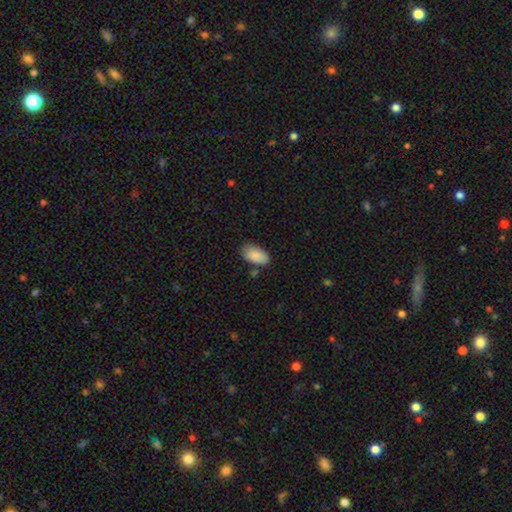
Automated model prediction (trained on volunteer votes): Q: Smooth or featured?
A: smooth (89%); runner-up: star or artifact (6%)
Q: How rounded?
A: in between (95%); runner-up: round (3%)
Q: Merging?
A: none (75%); runner-up: minor disturbance (17%)